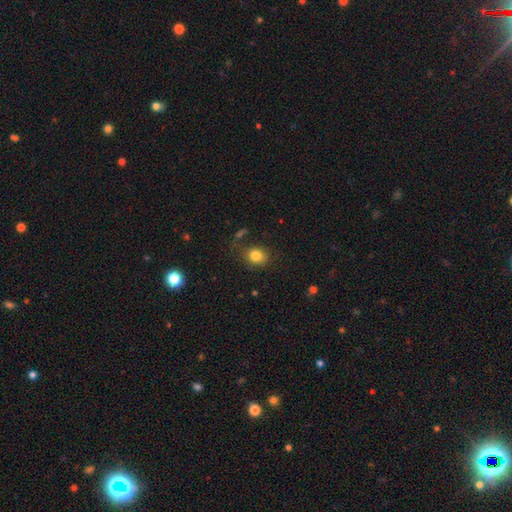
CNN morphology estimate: Smooth or featured? smooth (83%)
How rounded? round (68%)
Merging? none (75%)